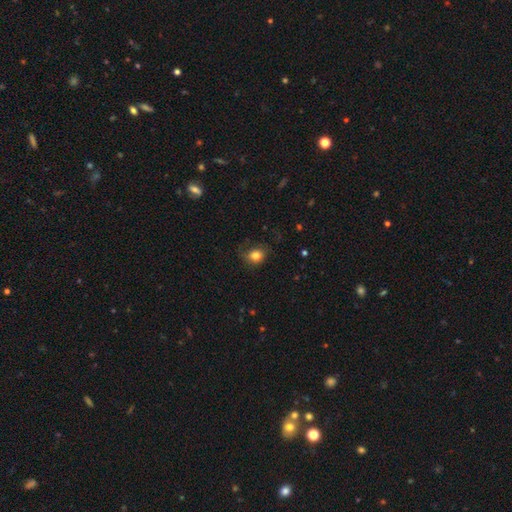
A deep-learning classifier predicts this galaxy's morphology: Smooth or featured? Predicted: smooth (p=0.80). How rounded? Predicted: round (p=0.63). Merging? Predicted: none (p=0.63).